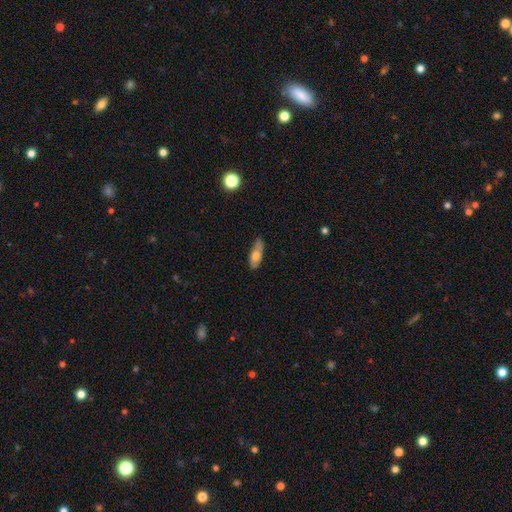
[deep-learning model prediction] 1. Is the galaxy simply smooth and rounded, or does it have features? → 63% smooth, 30% featured or disk, 7% star or artifact.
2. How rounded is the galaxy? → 68% in between, 30% cigar-shaped, 3% round.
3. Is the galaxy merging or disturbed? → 70% none, 23% minor disturbance, 5% major disturbance, 2% merger.